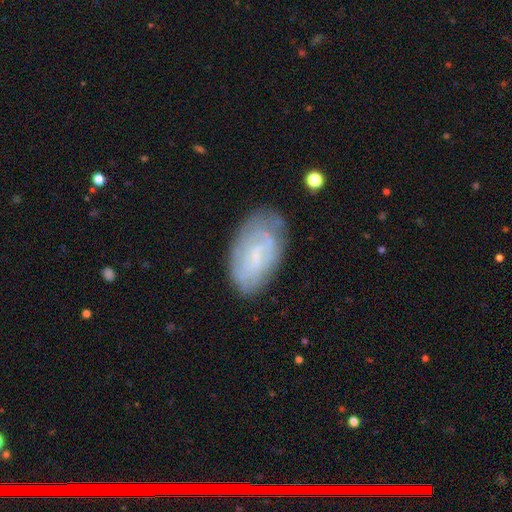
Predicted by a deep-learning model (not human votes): Morphology: type=featured or disk (53%); edge-on=no (94%); bar=weak (46%); spiral arms=yes (64%); bulge=small (57%); merging=none (68%).